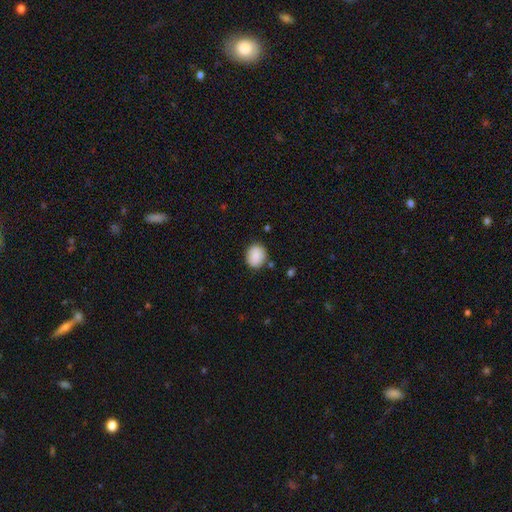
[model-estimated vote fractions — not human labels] smooth 85%, featured or disk 8%, star or artifact 7%. Down the decision tree: how rounded — round (60%); merging — none (83%).